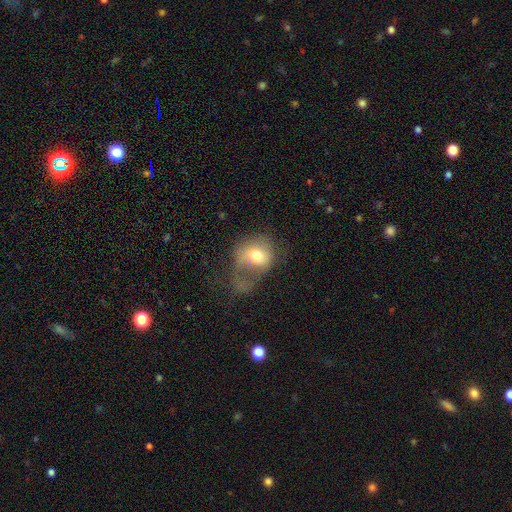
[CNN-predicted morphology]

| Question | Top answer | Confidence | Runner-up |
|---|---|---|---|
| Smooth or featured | smooth | 64% | featured or disk (27%) |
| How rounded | round | 51% | in between (47%) |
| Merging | major disturbance | 56% | minor disturbance (20%) |